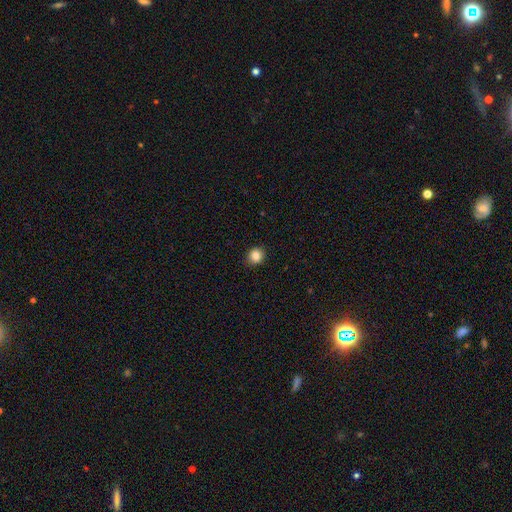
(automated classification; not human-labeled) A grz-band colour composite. It shows a smooth galaxy with no disk features (85%) that is round (78%). Merging: none (90%).